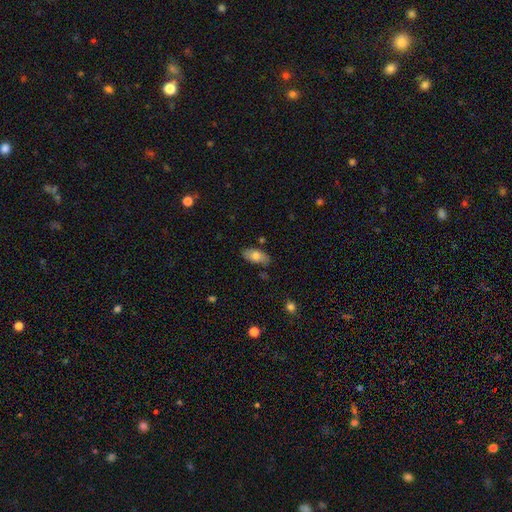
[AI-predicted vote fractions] A smooth galaxy with no disk features (75%) that is in between round and cigar-shaped (90%). Merging: none (81%).